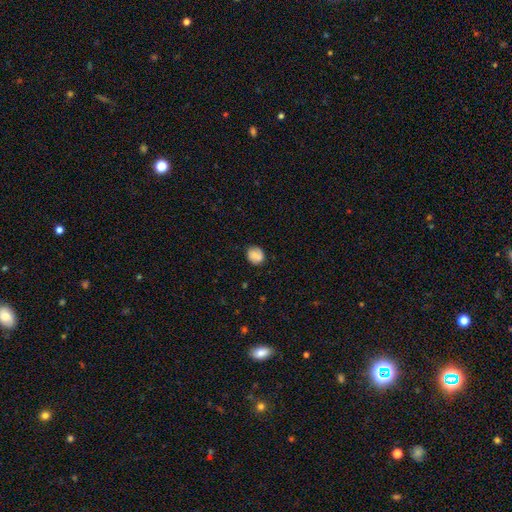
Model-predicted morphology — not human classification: Overall: smooth (76%). How rounded: round (71%). Merging: none (79%).